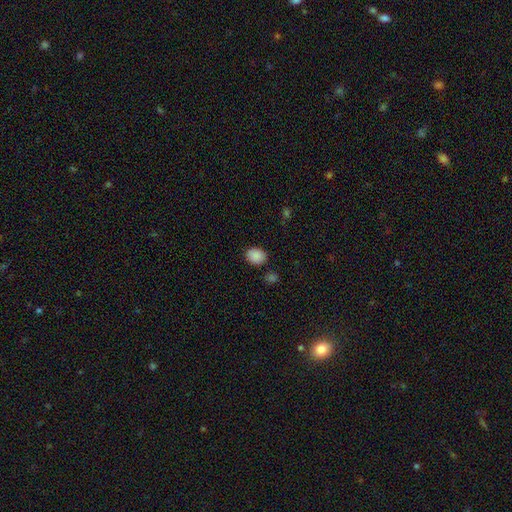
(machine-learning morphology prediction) Smooth or featured: smooth — 88% (star or artifact — 9%)
How rounded: in between — 57% (round — 42%)
Merging: none — 82% (minor disturbance — 11%)